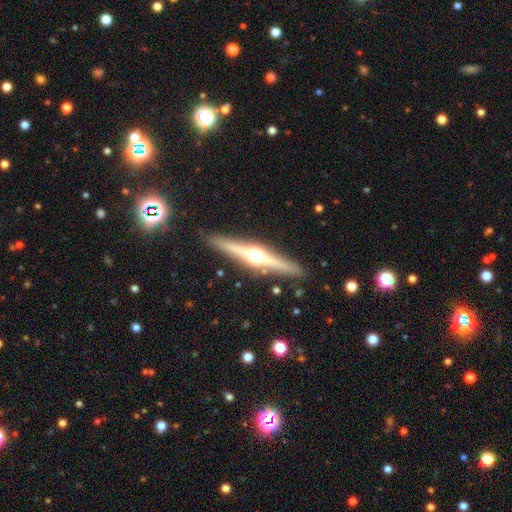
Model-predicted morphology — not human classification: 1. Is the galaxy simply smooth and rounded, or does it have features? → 76% featured or disk, 18% smooth, 5% star or artifact.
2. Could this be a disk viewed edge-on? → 98% yes, 2% no.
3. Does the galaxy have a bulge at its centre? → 95% rounded, 3% boxy, 2% none.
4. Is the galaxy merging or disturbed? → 89% none, 8% minor disturbance, 2% merger, 2% major disturbance.